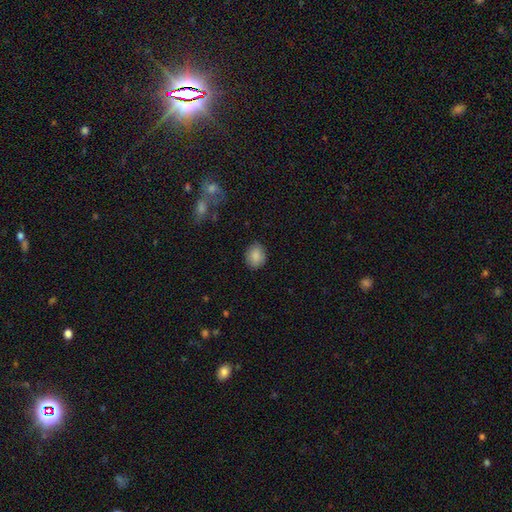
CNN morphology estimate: Smooth or featured? smooth (87%)
How rounded? round (52%)
Merging? none (85%)